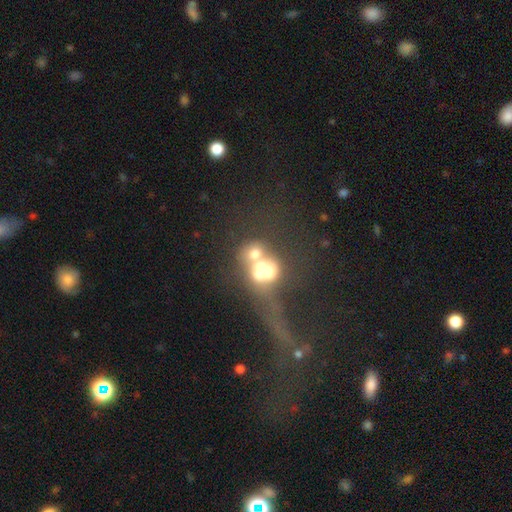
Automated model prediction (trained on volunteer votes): The model was most divided on "smooth or featured": smooth: 34%, featured or disk: 33%, star or artifact: 33%. Remaining: merging — merger (50%).